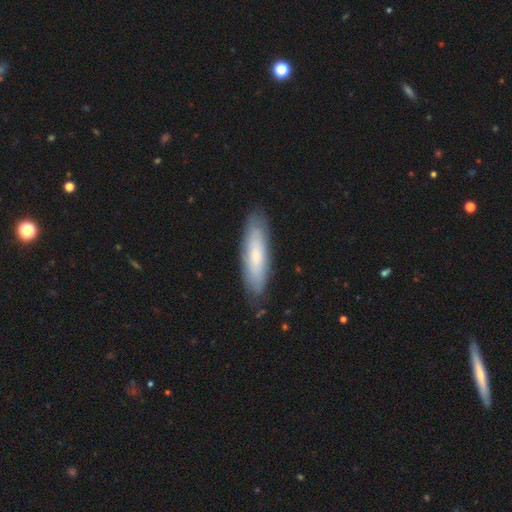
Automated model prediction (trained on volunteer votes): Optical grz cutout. It shows a smooth galaxy with no disk features (60%) that is cigar-shaped (63%). Merging: none (83%).